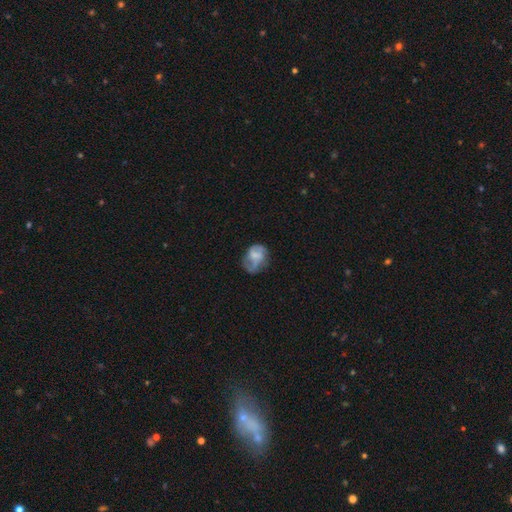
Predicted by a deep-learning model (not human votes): Smooth or featured: featured or disk — 46% (tied with smooth — 46%)
Merging: none — 46% (minor disturbance — 29%)